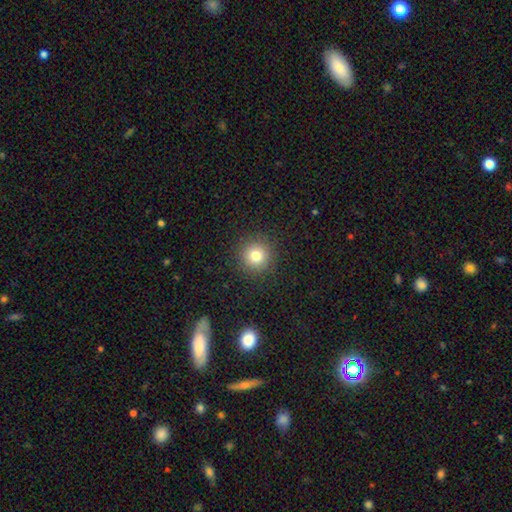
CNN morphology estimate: smooth 78%, star or artifact 13%, featured or disk 8%. Down the decision tree: how rounded — round (95%); merging — none (90%).